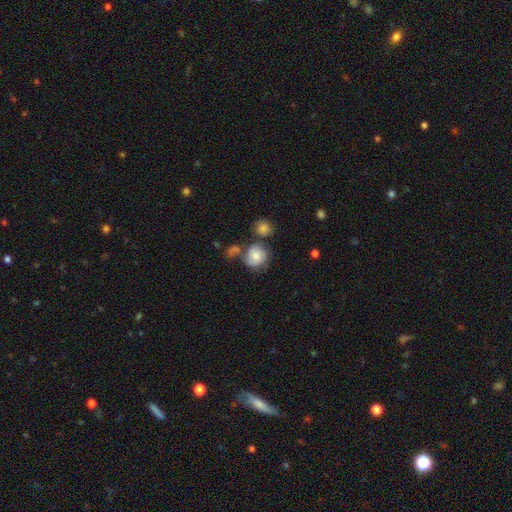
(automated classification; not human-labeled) This appears to be a smooth galaxy with no disk features (68%) that is round (81%). Merging: none (51%).